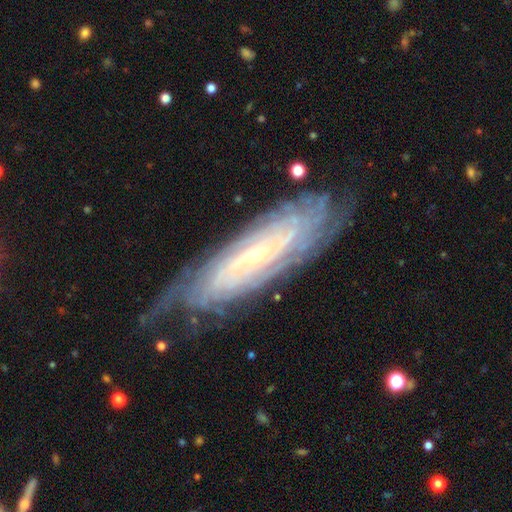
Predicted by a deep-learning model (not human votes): Q: Smooth or featured?
A: featured or disk (85%); runner-up: smooth (9%)
Q: Edge-on disk?
A: no (83%); runner-up: yes (17%)
Q: Bar?
A: no (59%); runner-up: weak (28%)
Q: Spiral arms?
A: yes (96%); runner-up: no (4%)
Q: Spiral winding?
A: tight (78%); runner-up: medium (18%)
Q: Spiral arm count?
A: can't tell (48%); runner-up: more than 4 (15%)
Q: Bulge size?
A: small (81%); runner-up: moderate (15%)
Q: Merging?
A: none (73%); runner-up: minor disturbance (19%)